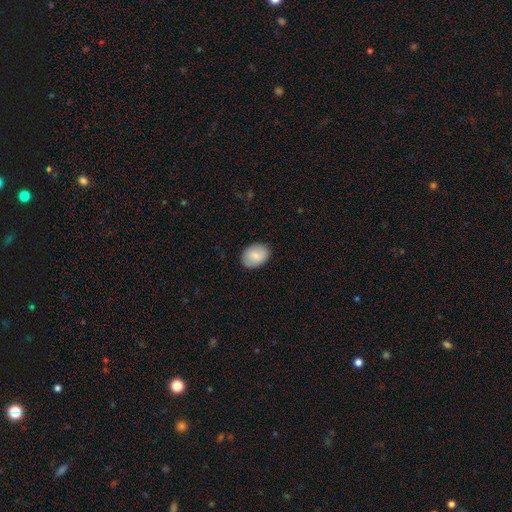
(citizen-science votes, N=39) Smooth or featured? 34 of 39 (87%) said smooth. How rounded? 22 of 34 (65%) said in between. Merging? 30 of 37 (81%) said none.